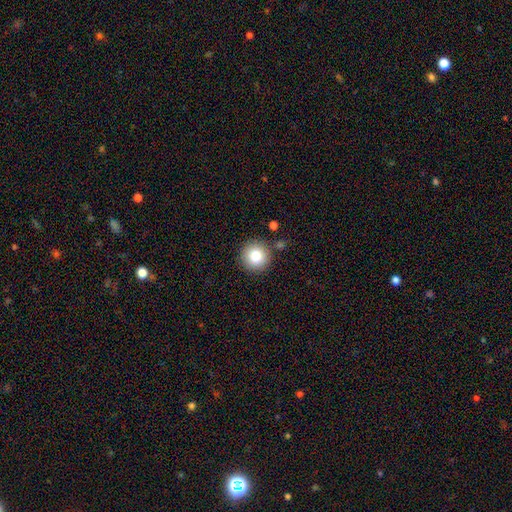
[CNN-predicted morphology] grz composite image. It shows a smooth galaxy with no disk features (81%) that is round (95%). Merging: none (87%).